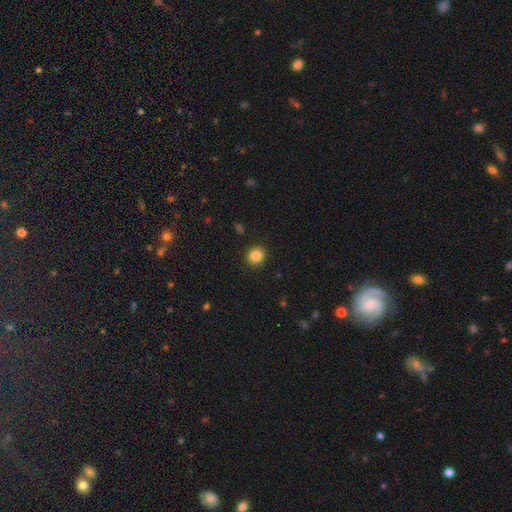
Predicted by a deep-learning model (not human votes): smooth-or-featured: smooth: 85% | star or artifact: 10% | featured or disk: 4%
  how-rounded: round: 88% | in between: 12% | cigar-shaped: 1%
  merging: none: 91% | minor disturbance: 6% | major disturbance: 2% | merger: 1%